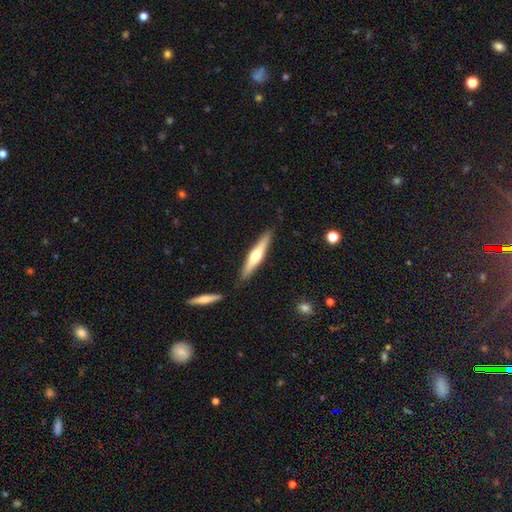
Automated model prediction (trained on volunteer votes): Morphology: type=featured or disk (58%); edge-on=yes (96%); edge-on bulge=rounded (91%); merging=none (87%).